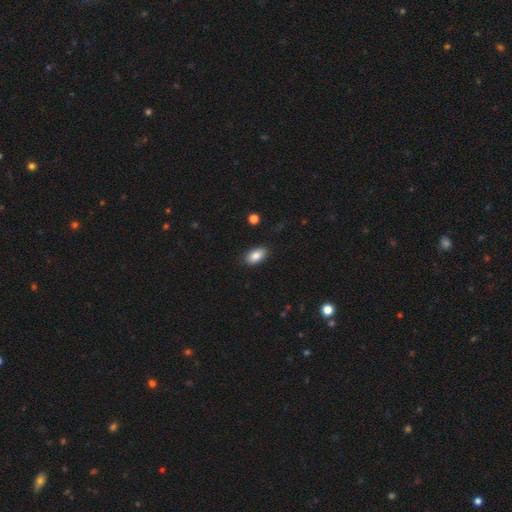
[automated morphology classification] The model was most divided on "merging": none: 86%, minor disturbance: 10%, major disturbance: 2%, merger: 1%. More confident: how rounded — in between (92%); smooth or featured — smooth (85%).